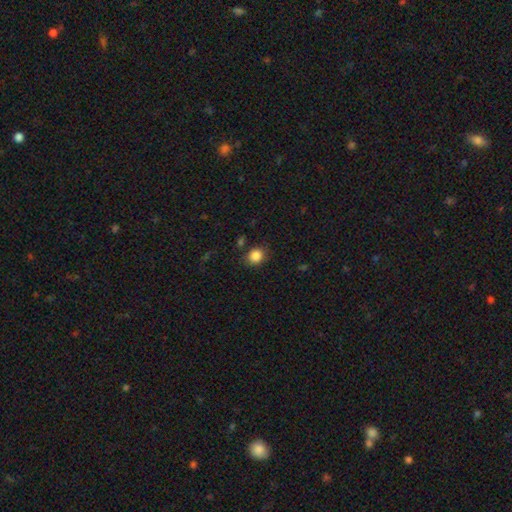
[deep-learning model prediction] Smooth or featured?
  - smooth: 86% *
  - star or artifact: 10%
  - featured or disk: 4%
How rounded?
  - round: 71% *
  - in between: 28%
  - cigar-shaped: 1%
Merging?
  - none: 81% *
  - minor disturbance: 12%
  - major disturbance: 4%
  - merger: 3%